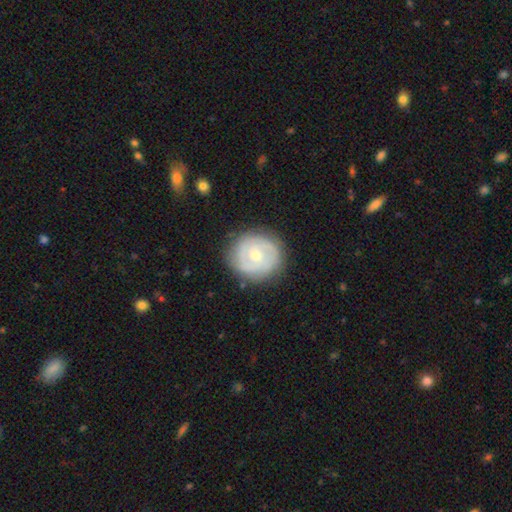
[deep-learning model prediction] Smooth or featured?
  - featured or disk: 72% *
  - smooth: 23%
  - star or artifact: 5%
Edge-on disk?
  - no: 98% *
  - yes: 2%
Bar?
  - no: 68% *
  - weak: 27%
  - strong: 5%
Spiral arms?
  - yes: 82% *
  - no: 18%
Spiral winding?
  - tight: 63% *
  - medium: 29%
  - loose: 8%
Spiral arm count?
  - 2: 56% *
  - can't tell: 23%
  - 3: 11%
  - 1: 5%
  - 4: 3%
  - more than 4: 3%
Bulge size?
  - moderate: 50% *
  - small: 46%
  - large: 2%
  - none: 1%
  - dominant: 1%
Merging?
  - none: 83% *
  - minor disturbance: 12%
  - major disturbance: 4%
  - merger: 1%